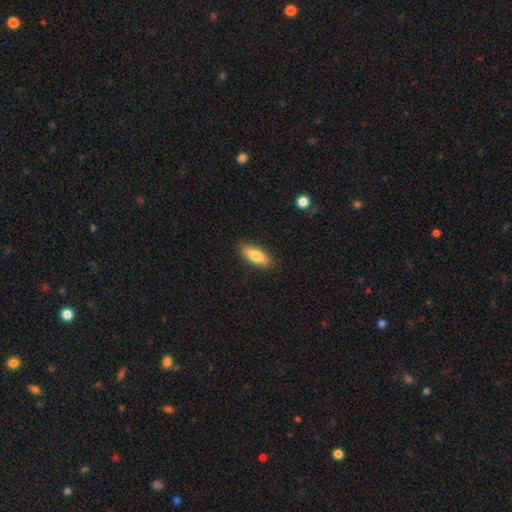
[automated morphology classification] type=smooth (78%); roundness=in between (68%); merging=none (87%).